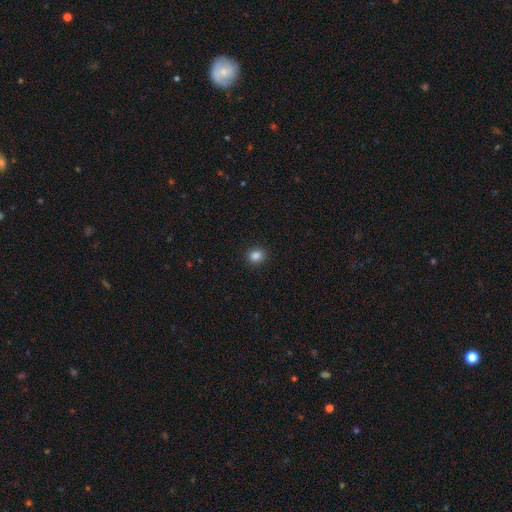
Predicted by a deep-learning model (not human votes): Smooth or featured?
  - smooth: 85% *
  - star or artifact: 11%
  - featured or disk: 3%
How rounded?
  - round: 76% *
  - in between: 23%
  - cigar-shaped: 1%
Merging?
  - none: 91% *
  - minor disturbance: 6%
  - major disturbance: 2%
  - merger: 1%